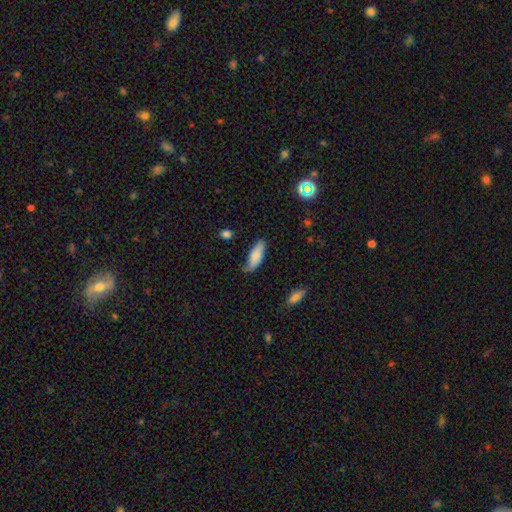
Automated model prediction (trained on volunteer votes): This is clearly a smooth galaxy (80%). How rounded: likely in between (67%). Merging: likely none (62%).